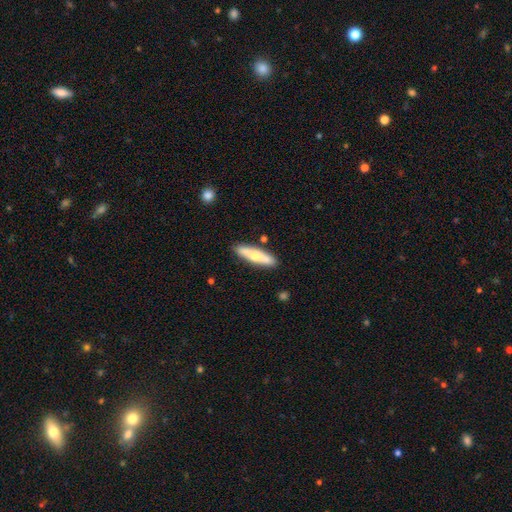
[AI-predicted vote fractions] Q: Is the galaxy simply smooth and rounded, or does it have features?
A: smooth — 60%.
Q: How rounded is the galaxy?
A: cigar-shaped — 77%.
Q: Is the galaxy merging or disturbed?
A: none — 85%.